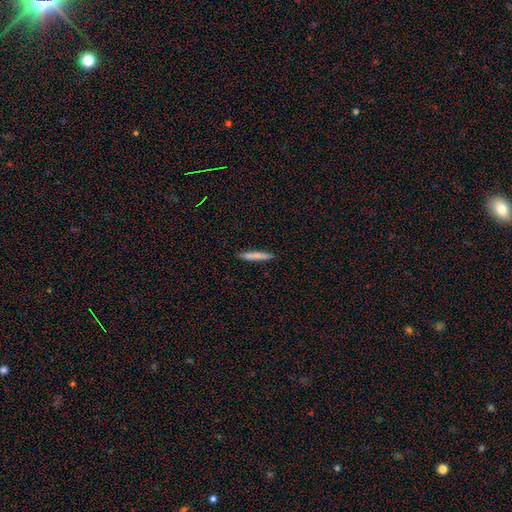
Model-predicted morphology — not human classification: Smooth or featured? smooth (78%)
How rounded? cigar-shaped (94%)
Merging? none (90%)